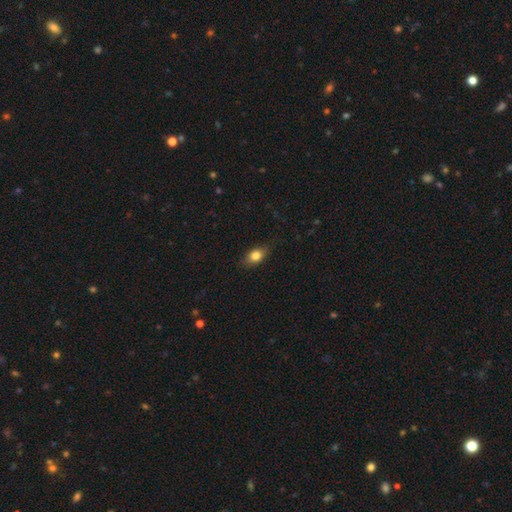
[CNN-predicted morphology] Overall: smooth (81%). How rounded: in between (79%). Merging: none (82%).